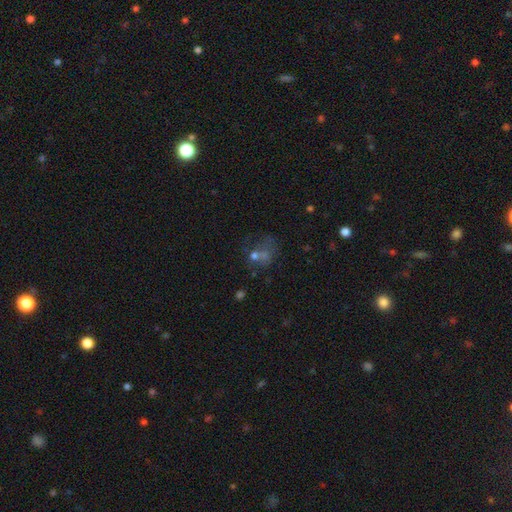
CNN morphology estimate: This appears to be a smooth galaxy with no disk features (45%). Merging: none (32%).